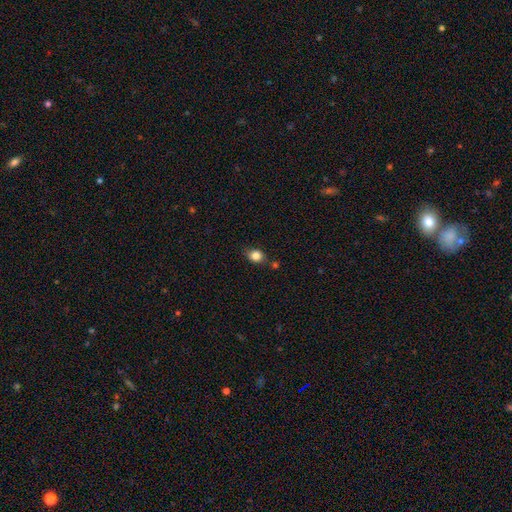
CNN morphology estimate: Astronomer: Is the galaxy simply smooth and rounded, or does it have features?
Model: smooth — 82%.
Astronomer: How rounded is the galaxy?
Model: round — 51% (runner-up: in between, 48%).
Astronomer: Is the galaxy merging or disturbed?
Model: none — 71%.